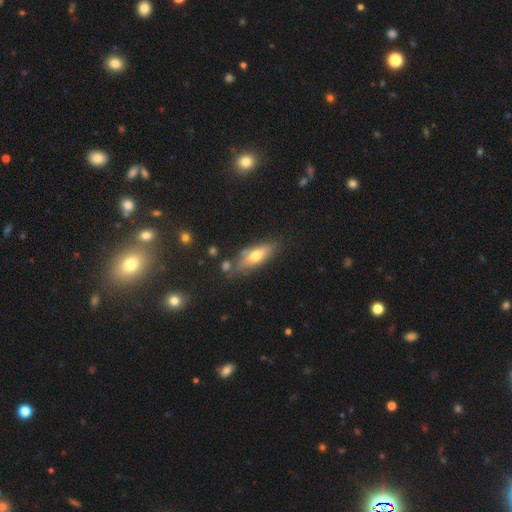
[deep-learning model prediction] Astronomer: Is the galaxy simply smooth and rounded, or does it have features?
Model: smooth — 58% (runner-up: featured or disk, 35%).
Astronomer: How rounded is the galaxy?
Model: in between — 61% (runner-up: cigar-shaped, 36%).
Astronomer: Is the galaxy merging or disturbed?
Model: none — 66%.